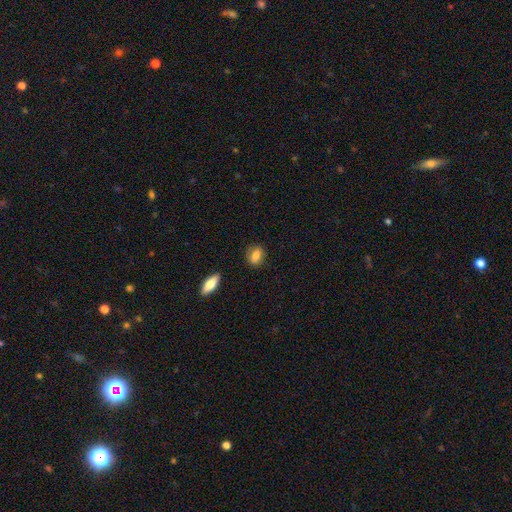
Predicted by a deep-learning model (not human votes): Smooth or featured: smooth — 83% (featured or disk — 9%)
How rounded: in between — 69% (round — 28%)
Merging: none — 83% (minor disturbance — 13%)